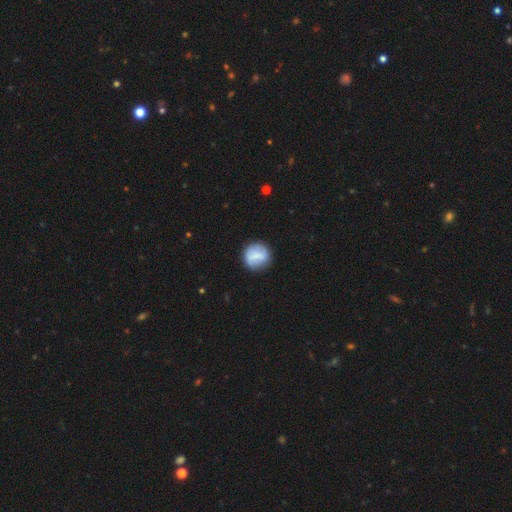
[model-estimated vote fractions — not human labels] Morphology: type=smooth (65%); roundness=round (88%); merging=none (78%).